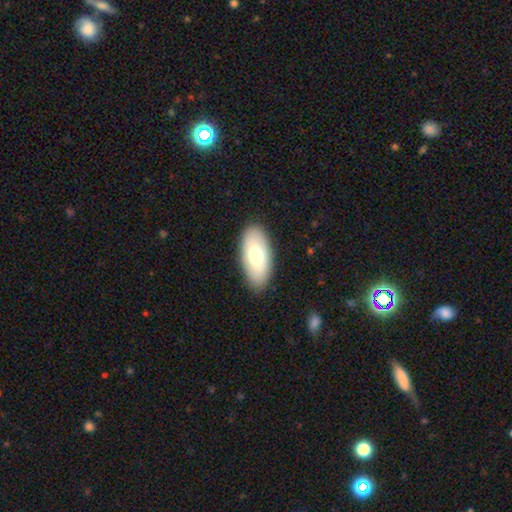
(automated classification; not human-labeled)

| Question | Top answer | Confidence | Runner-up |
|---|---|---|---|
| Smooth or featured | smooth | 70% | featured or disk (24%) |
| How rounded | in between | 92% | cigar-shaped (6%) |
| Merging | none | 87% | minor disturbance (10%) |